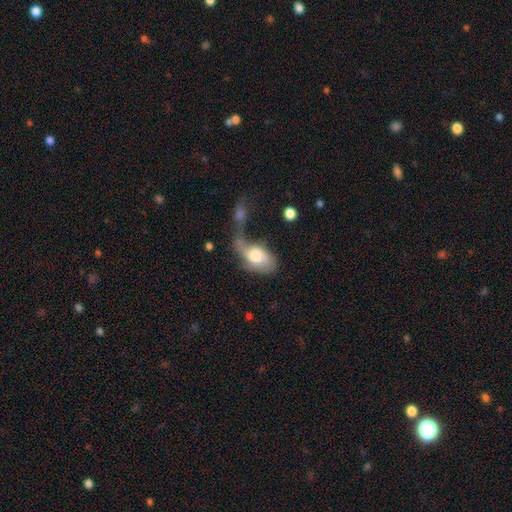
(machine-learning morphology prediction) This appears to be a smooth galaxy with no disk features (62%) that is in between round and cigar-shaped (90%). Merging: merger (36%).